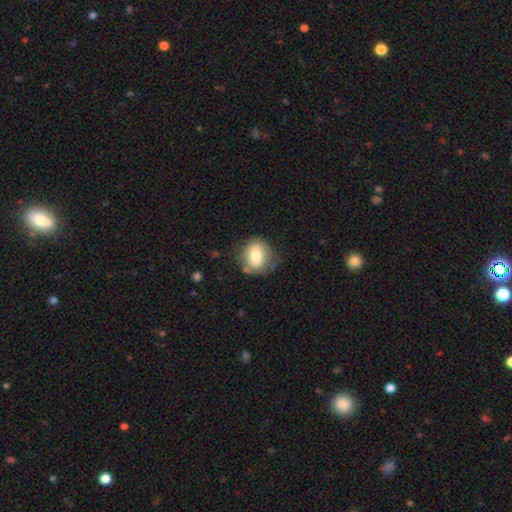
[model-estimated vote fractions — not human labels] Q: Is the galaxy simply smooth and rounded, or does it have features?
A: smooth — 68%.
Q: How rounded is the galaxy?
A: round — 67%.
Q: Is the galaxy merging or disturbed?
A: none — 66%.